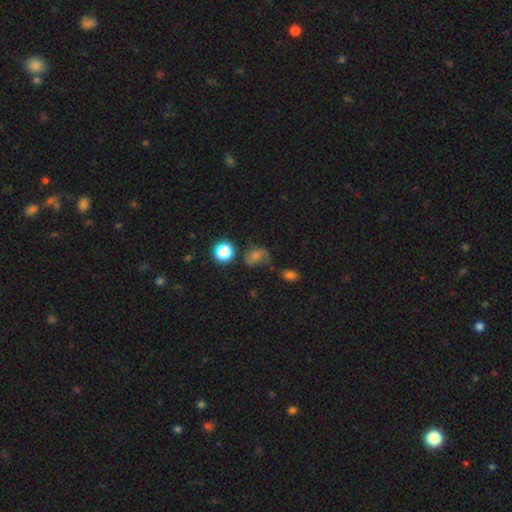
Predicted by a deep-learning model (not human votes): The model was most divided on "smooth or featured": smooth: 44%, featured or disk: 35%, star or artifact: 21%. More confident: merging — none (51%).